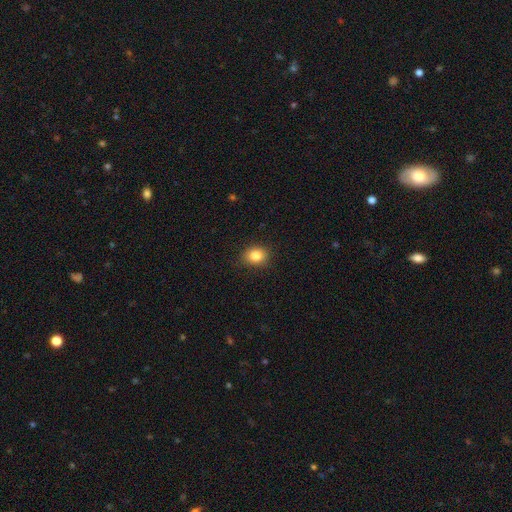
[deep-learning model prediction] smooth_or_featured: smooth (p=0.85) [alt: star or artifact p=0.10]
how_rounded: round (p=0.53) [alt: in between p=0.46]
merging: none (p=0.86) [alt: minor disturbance p=0.10]